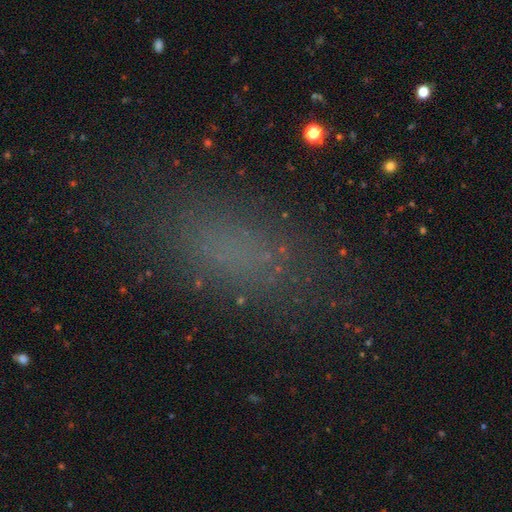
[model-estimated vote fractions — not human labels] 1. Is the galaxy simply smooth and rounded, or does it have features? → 66% smooth, 21% star or artifact, 13% featured or disk.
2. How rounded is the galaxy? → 82% in between, 10% cigar-shaped, 8% round.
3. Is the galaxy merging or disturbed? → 72% none, 17% minor disturbance, 9% major disturbance, 2% merger.